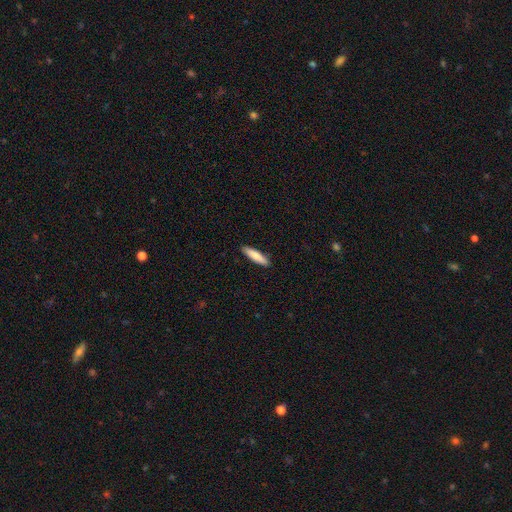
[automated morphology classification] The model was most divided on "how rounded": cigar-shaped: 75%, in between: 24%, round: 1%. More confident: merging — none (90%); smooth or featured — smooth (83%).